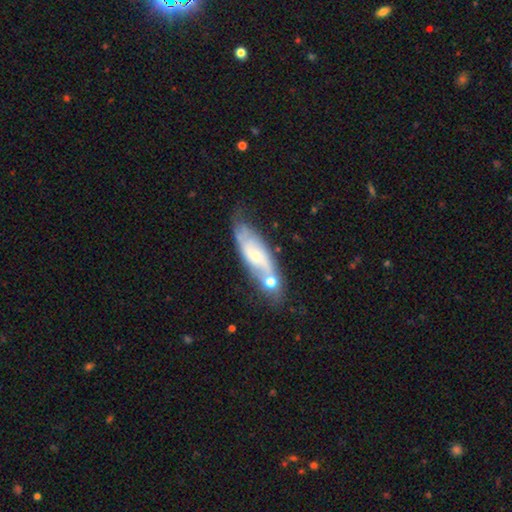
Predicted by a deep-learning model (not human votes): Smooth or featured? featured or disk (62%)
Edge-on disk? no (81%)
Bar? no (62%)
Spiral arms? yes (75%)
Bulge size? small (67%)
Merging? none (49%)